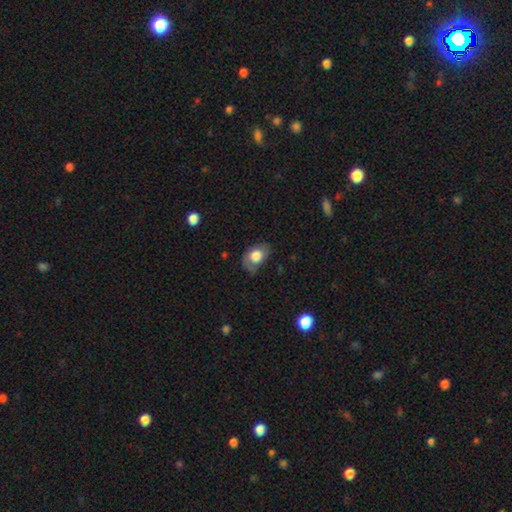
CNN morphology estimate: This is likely a smooth galaxy (64%). How rounded: likely in between (79%). Merging: likely none (60%).